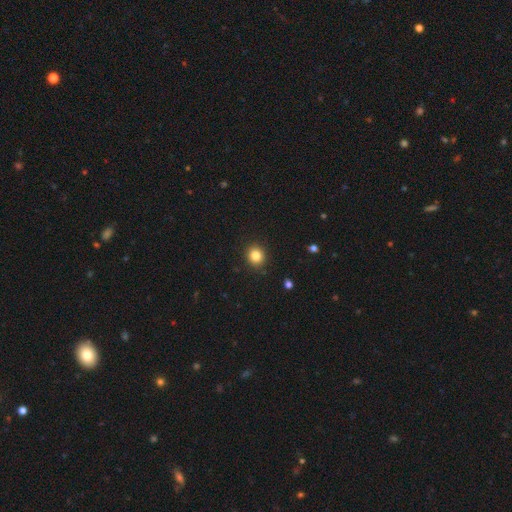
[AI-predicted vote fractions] Smooth or featured? Predicted: smooth (p=0.83). How rounded? Predicted: round (p=0.85). Merging? Predicted: none (p=0.91).